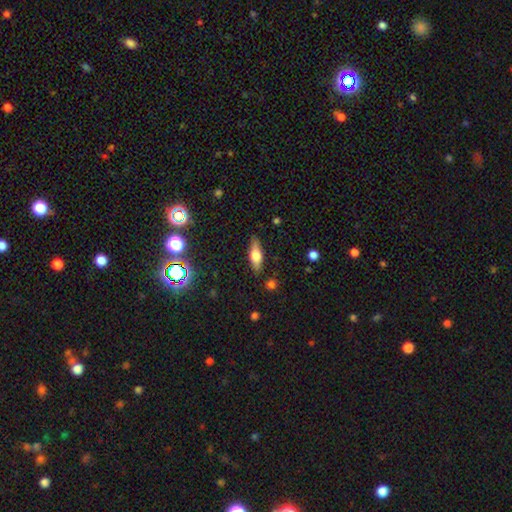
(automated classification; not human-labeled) smooth 54%, featured or disk 37%, star or artifact 9%. Down the decision tree: how rounded — in between (57%); merging — none (84%).